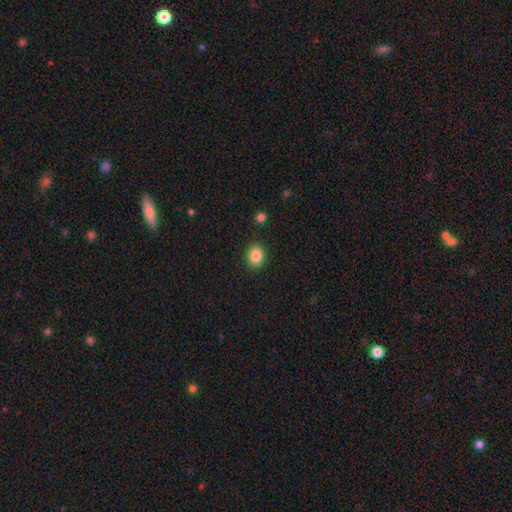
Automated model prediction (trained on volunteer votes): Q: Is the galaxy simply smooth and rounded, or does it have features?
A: smooth — 86%.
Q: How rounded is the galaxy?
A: round — 52%.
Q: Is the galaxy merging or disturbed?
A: none — 89%.